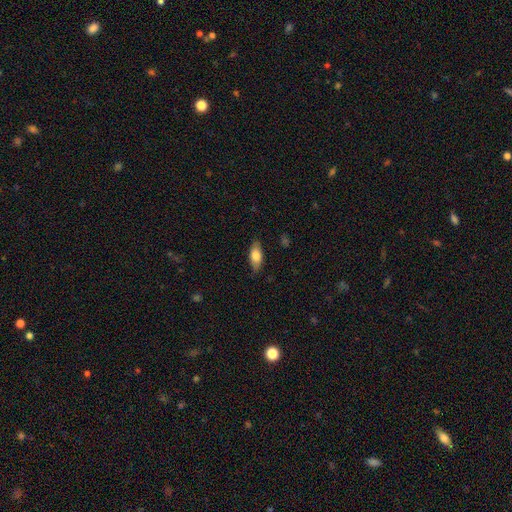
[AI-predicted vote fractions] A smooth galaxy with no disk features (76%) that is in between round and cigar-shaped (80%).

Vote fractions:
- Smooth or featured? smooth: 76% / featured or disk: 17% / star or artifact: 6%
- How rounded? in between: 80% / cigar-shaped: 16% / round: 3%
- Merging? none: 81% / minor disturbance: 15% / major disturbance: 3% / merger: 1%